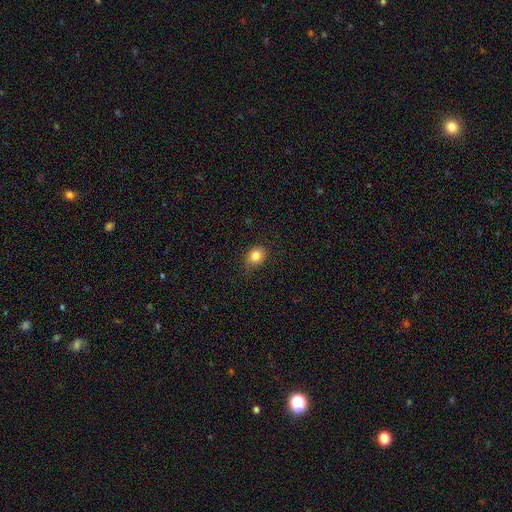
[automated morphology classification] Smooth or featured? Predicted: smooth (p=0.82). How rounded? Predicted: round (p=0.62). Merging? Predicted: none (p=0.79).